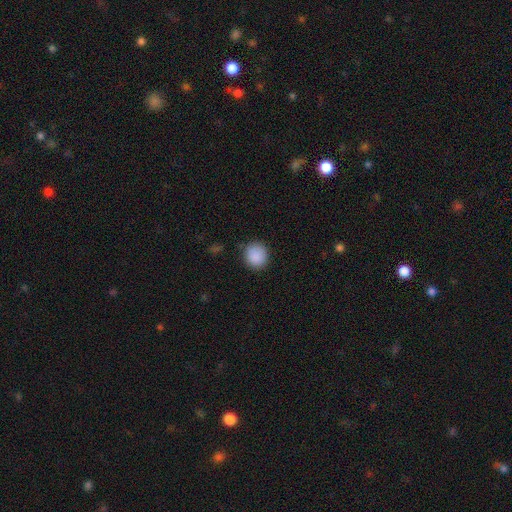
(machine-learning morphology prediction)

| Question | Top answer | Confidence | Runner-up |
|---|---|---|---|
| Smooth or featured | smooth | 89% | star or artifact (8%) |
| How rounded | round | 83% | in between (16%) |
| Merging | none | 84% | minor disturbance (12%) |